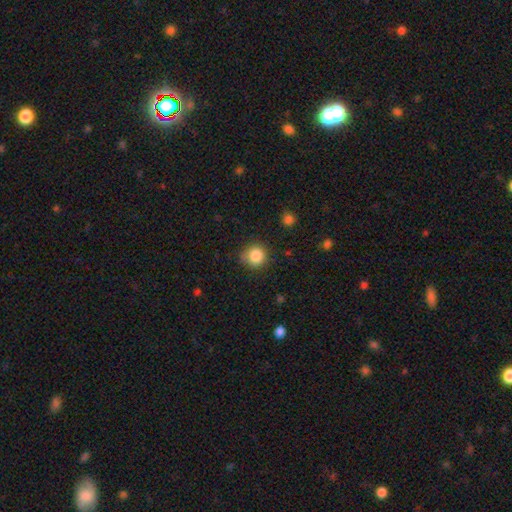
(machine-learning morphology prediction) type=smooth (85%); roundness=round (89%); merging=none (77%).